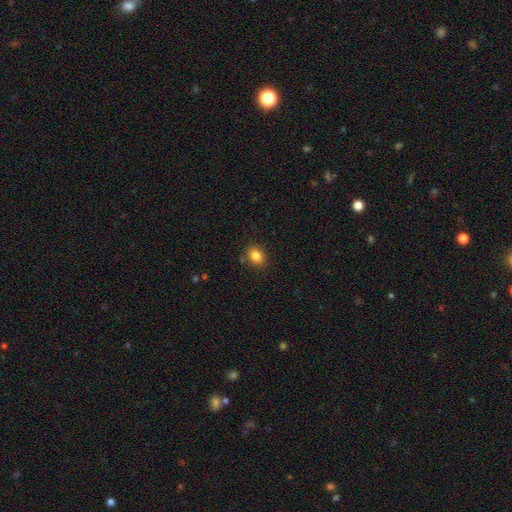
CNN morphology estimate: This is clearly a smooth galaxy (84%). How rounded: possibly round (52%). Merging: clearly none (84%).